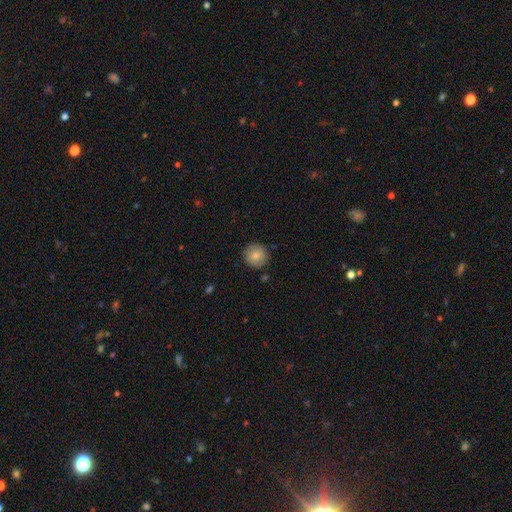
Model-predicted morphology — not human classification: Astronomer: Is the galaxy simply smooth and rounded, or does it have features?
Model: smooth — 82%.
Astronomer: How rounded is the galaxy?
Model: round — 94%.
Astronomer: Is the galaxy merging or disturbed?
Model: none — 87%.